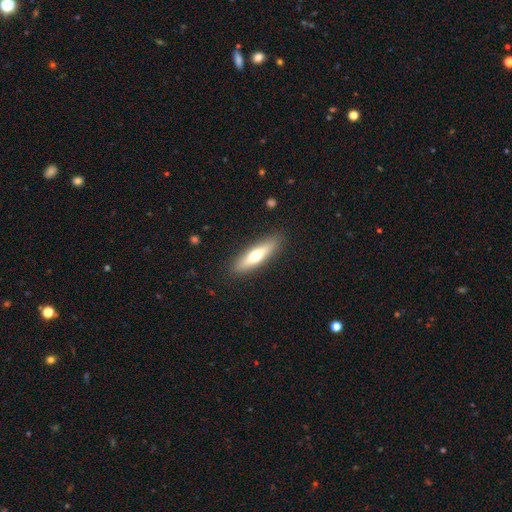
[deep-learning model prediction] The model was most divided on "smooth or featured": smooth: 56%, featured or disk: 39%, star or artifact: 6%. More confident: merging — none (89%); how rounded — cigar-shaped (74%).